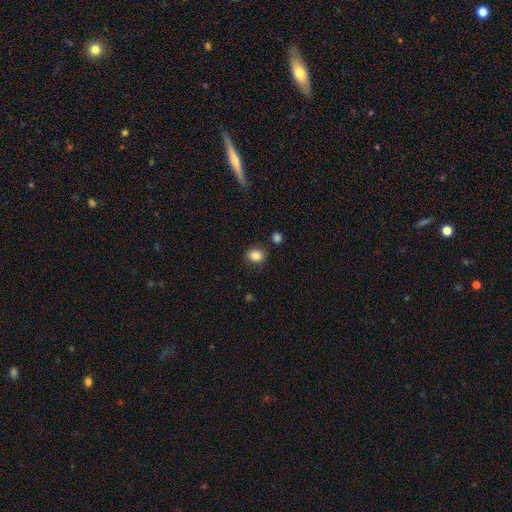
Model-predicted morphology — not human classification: A smooth galaxy with no disk features (84%) that is round (68%).

Vote fractions:
- Smooth or featured? smooth: 84% / star or artifact: 10% / featured or disk: 6%
- How rounded? round: 68% / in between: 32% / cigar-shaped: 1%
- Merging? none: 84% / minor disturbance: 10% / merger: 4% / major disturbance: 2%